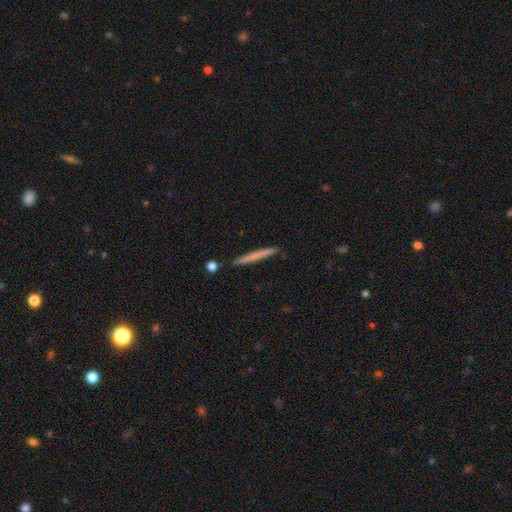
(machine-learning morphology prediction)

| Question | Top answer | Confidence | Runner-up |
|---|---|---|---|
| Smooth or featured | smooth | 61% | featured or disk (33%) |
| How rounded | cigar-shaped | 97% | in between (2%) |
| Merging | none | 89% | minor disturbance (7%) |